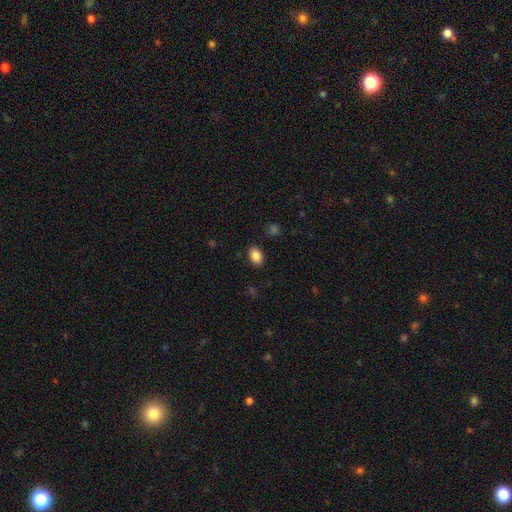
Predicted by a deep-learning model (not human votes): This is clearly a smooth galaxy (86%). How rounded: likely in between (79%). Merging: clearly none (87%).